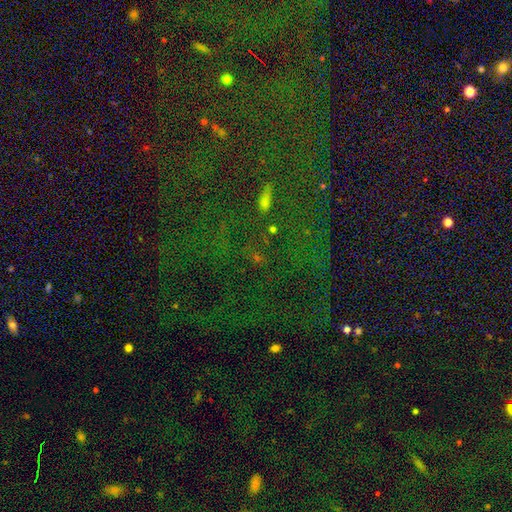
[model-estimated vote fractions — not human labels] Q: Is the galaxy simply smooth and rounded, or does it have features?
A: star or artifact — 81%.